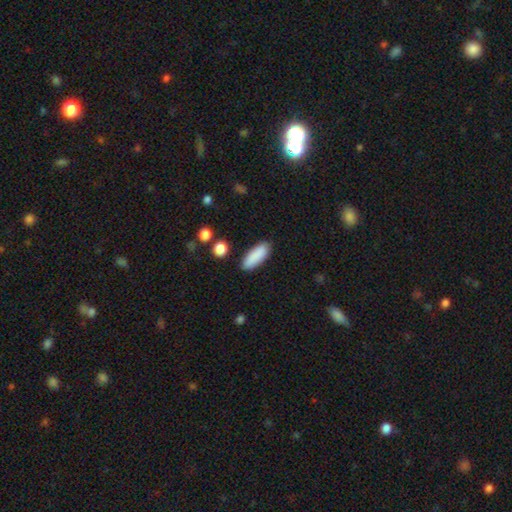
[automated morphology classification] A smooth galaxy with no disk features (89%) that is in between round and cigar-shaped (66%).

Vote fractions:
- Smooth or featured? smooth: 89% / star or artifact: 6% / featured or disk: 5%
- How rounded? in between: 66% / cigar-shaped: 32% / round: 2%
- Merging? none: 85% / minor disturbance: 11% / major disturbance: 2% / merger: 2%